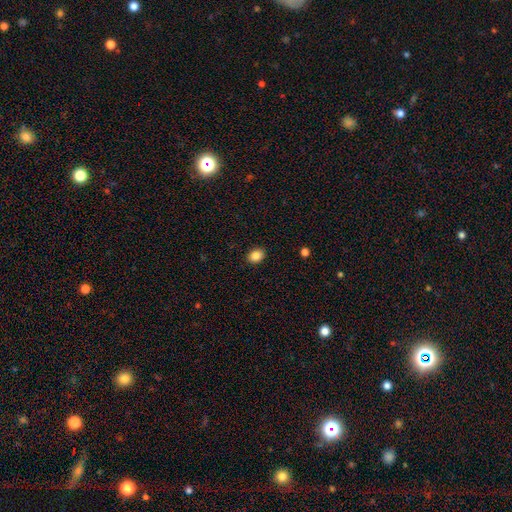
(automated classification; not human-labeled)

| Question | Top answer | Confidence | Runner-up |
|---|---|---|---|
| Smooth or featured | smooth | 87% | star or artifact (9%) |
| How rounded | in between | 59% | round (40%) |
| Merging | none | 90% | minor disturbance (7%) |